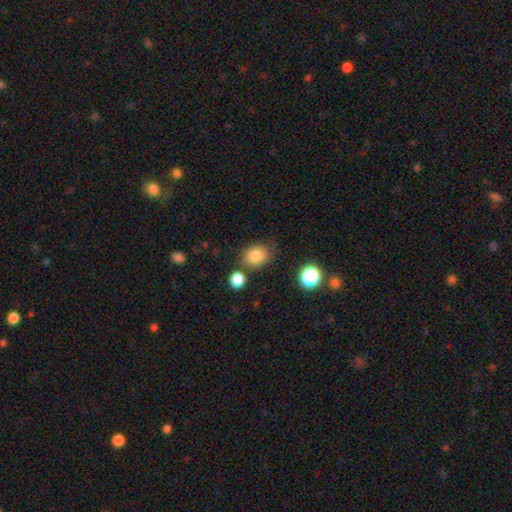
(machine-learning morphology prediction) smooth_or_featured: smooth (p=0.82) [alt: star or artifact p=0.11]
how_rounded: in between (p=0.51) [alt: round p=0.48]
merging: none (p=0.72) [alt: minor disturbance p=0.15]